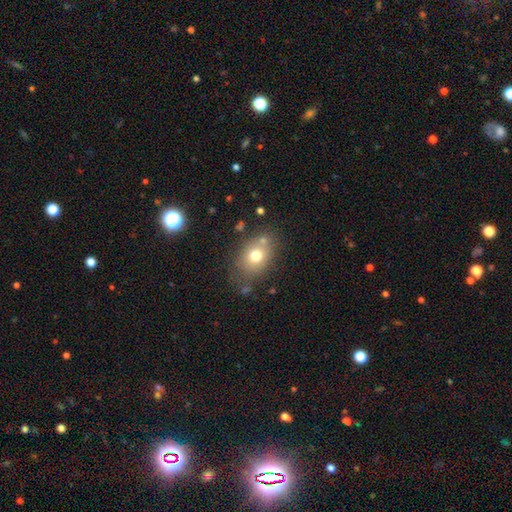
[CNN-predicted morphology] Smooth or featured? Predicted: smooth (p=0.73). How rounded? Predicted: in between (p=0.63). Merging? Predicted: none (p=0.67).